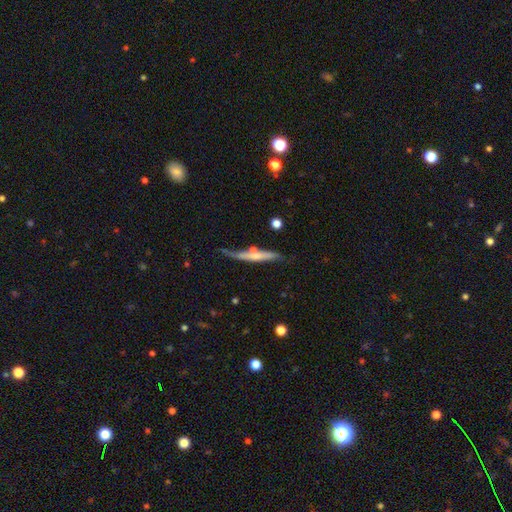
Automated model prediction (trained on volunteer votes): Morphology: type=featured or disk (48%); merging=none (52%).